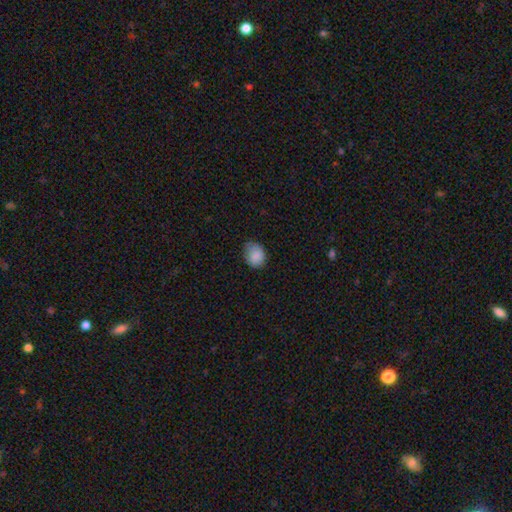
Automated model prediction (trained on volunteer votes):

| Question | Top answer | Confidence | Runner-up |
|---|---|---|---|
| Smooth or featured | smooth | 86% | star or artifact (8%) |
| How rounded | round | 53% | in between (46%) |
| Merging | none | 60% | minor disturbance (32%) |